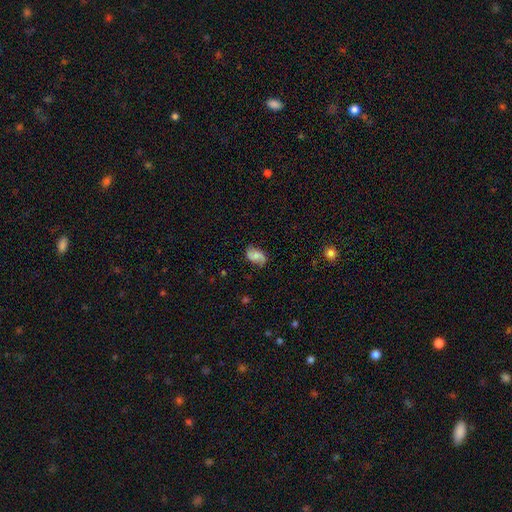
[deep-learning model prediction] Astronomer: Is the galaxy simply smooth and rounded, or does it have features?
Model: smooth — 50% (runner-up: featured or disk, 41%).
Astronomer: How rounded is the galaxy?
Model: in between — 88%.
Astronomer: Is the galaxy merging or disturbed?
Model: none — 71%.